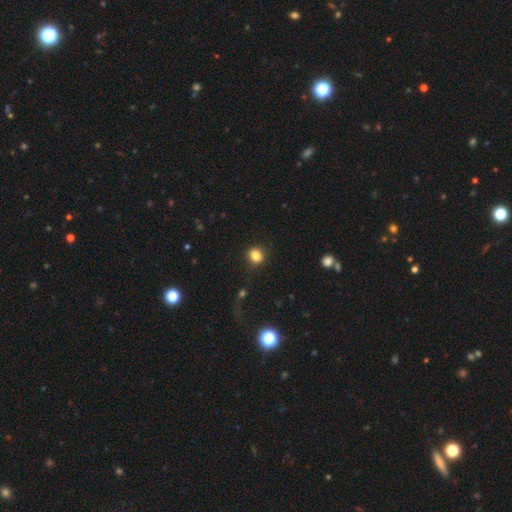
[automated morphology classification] Smooth or featured? Predicted: smooth (p=0.84). How rounded? Predicted: round (p=0.57). Merging? Predicted: none (p=0.80).